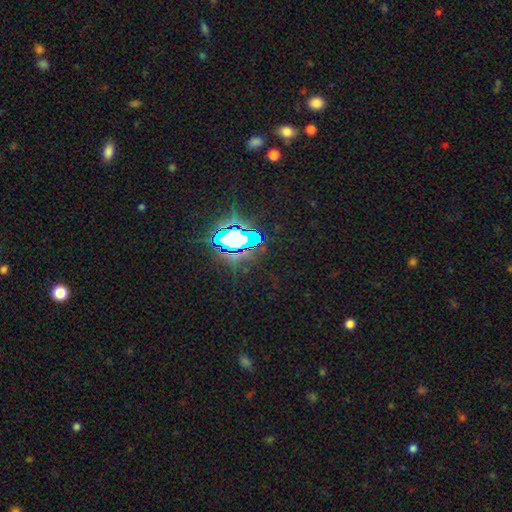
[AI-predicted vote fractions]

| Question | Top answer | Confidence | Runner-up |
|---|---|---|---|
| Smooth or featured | star or artifact | 83% | smooth (10%) |